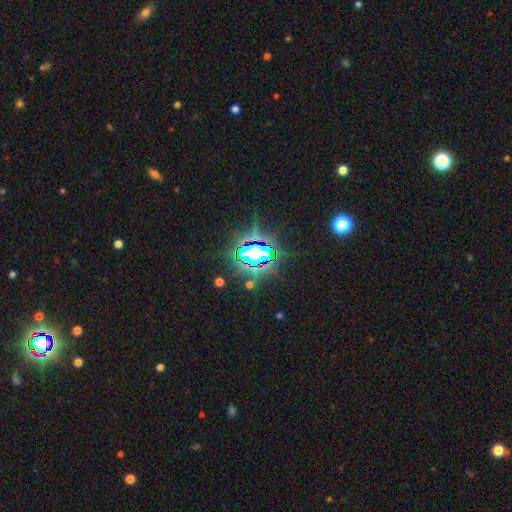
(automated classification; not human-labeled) star or artifact 77%, featured or disk 12%, smooth 12%.